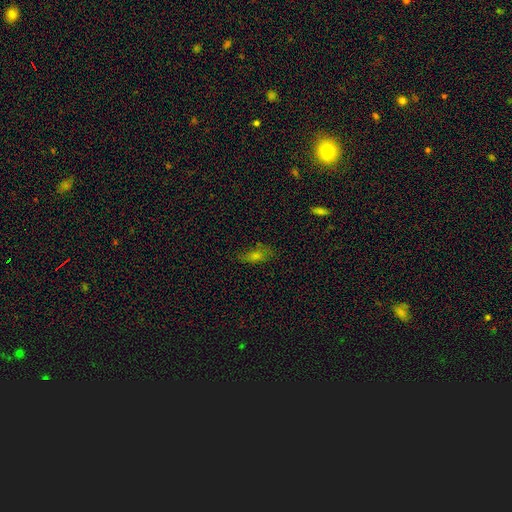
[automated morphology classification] This appears to be a smooth galaxy with no disk features (50%) that is in between round and cigar-shaped (68%). Merging: none (73%).